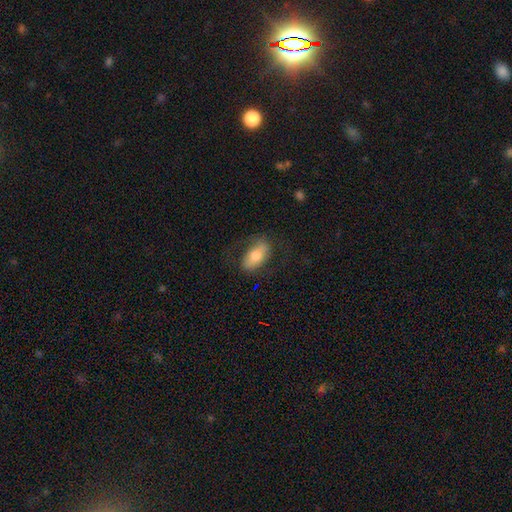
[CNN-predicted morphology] smooth 62%, featured or disk 31%, star or artifact 7%. Down the decision tree: how rounded — in between (88%); merging — none (71%).